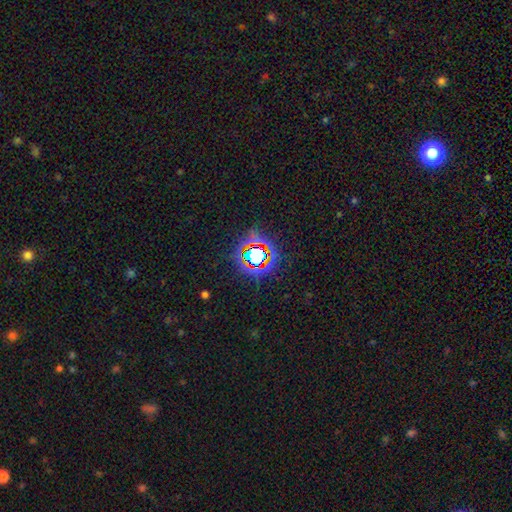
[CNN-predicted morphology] Smooth or featured? star or artifact (71%)